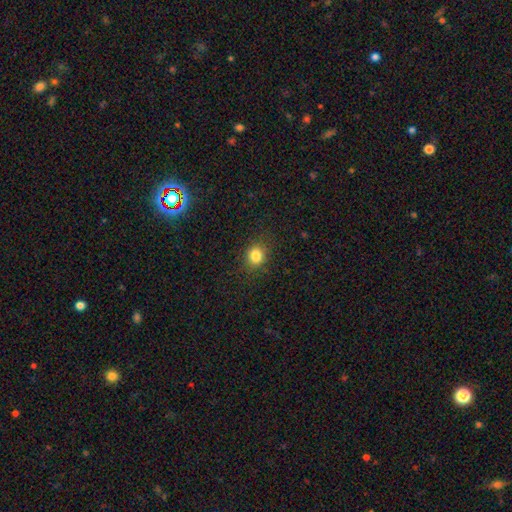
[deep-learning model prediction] This is clearly a smooth galaxy (82%). How rounded: likely round (77%). Merging: clearly none (85%).